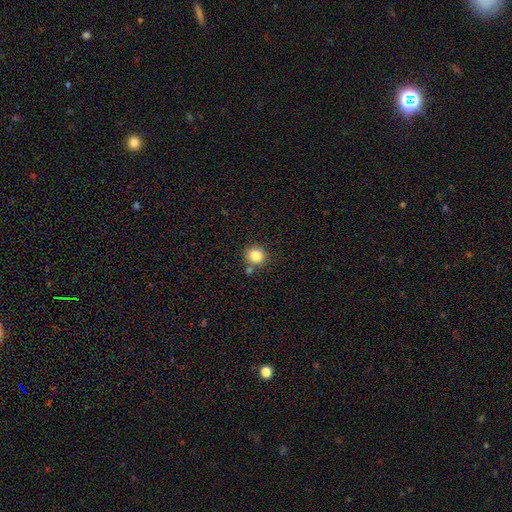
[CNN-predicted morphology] Smooth or featured? smooth (84%)
How rounded? round (89%)
Merging? none (76%)